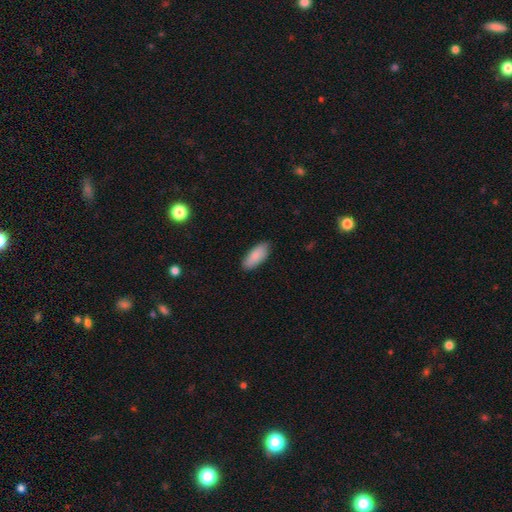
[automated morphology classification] Smooth or featured?
  - smooth: 88% *
  - featured or disk: 7%
  - star or artifact: 6%
How rounded?
  - in between: 83% *
  - cigar-shaped: 15%
  - round: 2%
Merging?
  - none: 86% *
  - minor disturbance: 11%
  - major disturbance: 2%
  - merger: 1%